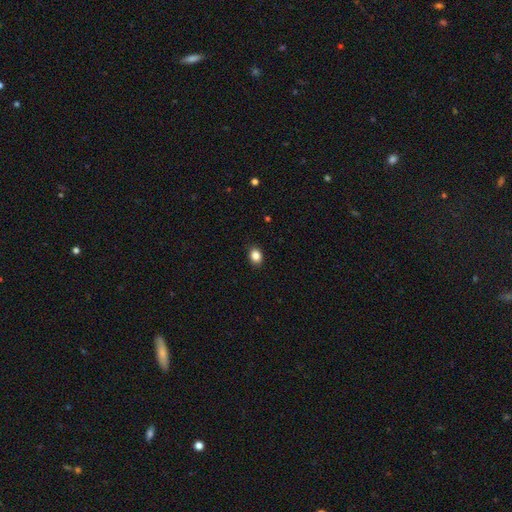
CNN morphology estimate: Smooth or featured?
  - smooth: 86% *
  - star or artifact: 10%
  - featured or disk: 5%
How rounded?
  - in between: 61% *
  - round: 38%
  - cigar-shaped: 1%
Merging?
  - none: 90% *
  - minor disturbance: 8%
  - major disturbance: 2%
  - merger: 1%